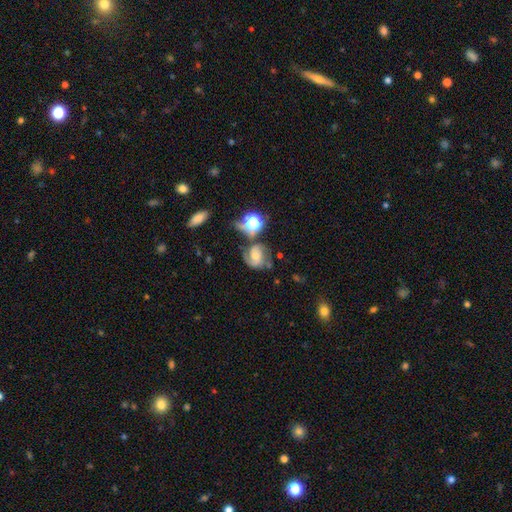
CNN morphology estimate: A featured or disk galaxy (71%) with no bar (49%), 2 (79%) medium (51%) spiral arms (94%) and a moderate central bulge (47%). Merging: none (51%).